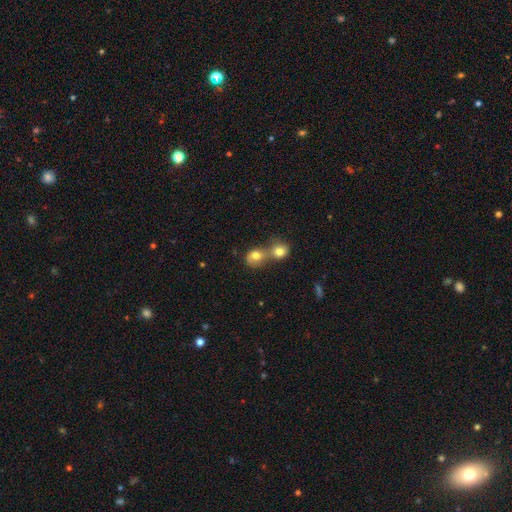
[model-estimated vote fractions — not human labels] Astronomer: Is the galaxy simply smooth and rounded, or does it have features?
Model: smooth — 78%.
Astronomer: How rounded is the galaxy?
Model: round — 68%.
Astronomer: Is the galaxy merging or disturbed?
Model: merger — 73%.